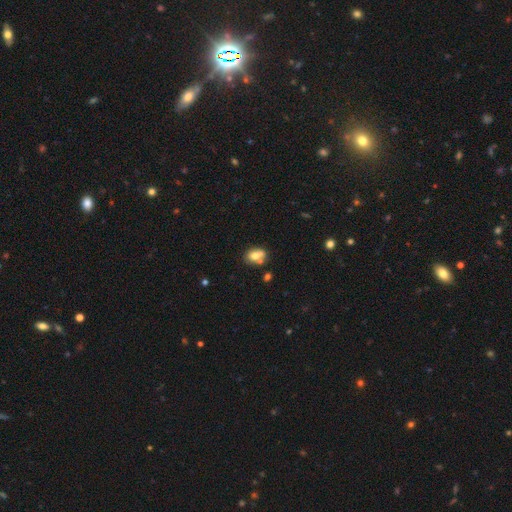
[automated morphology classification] Q: Smooth or featured?
A: smooth (70%); runner-up: featured or disk (20%)
Q: How rounded?
A: in between (56%); runner-up: round (42%)
Q: Merging?
A: none (43%); runner-up: merger (38%)